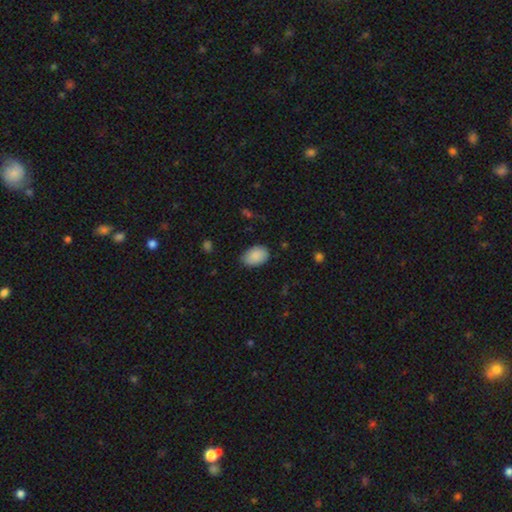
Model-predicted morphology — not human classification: type=smooth (88%); roundness=in between (86%); merging=none (72%).